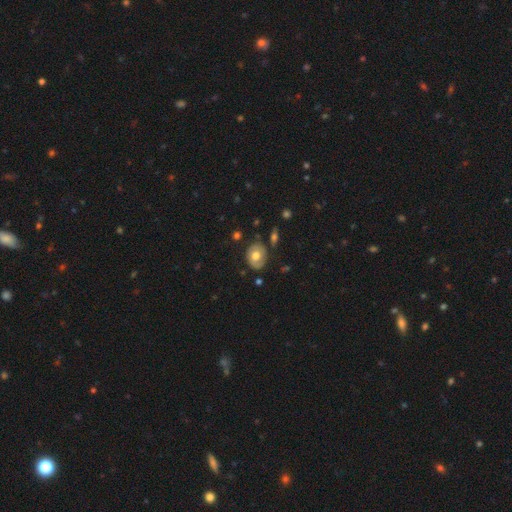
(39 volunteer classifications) Q: Smooth or featured?
A: smooth (59%); runner-up: featured or disk (38%)
Q: How rounded?
A: in between (52%); runner-up: round (48%)
Q: Merging?
A: none (53%); runner-up: minor disturbance (34%)